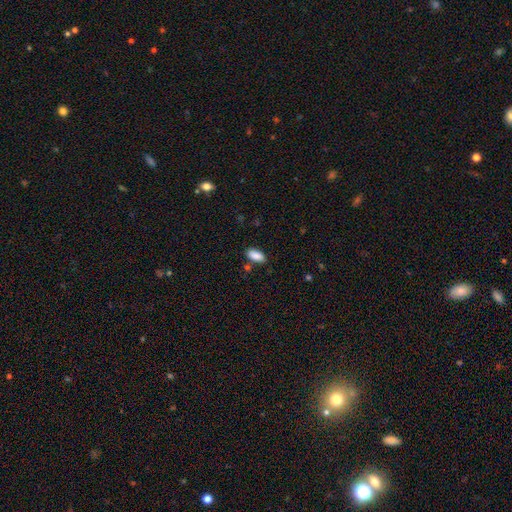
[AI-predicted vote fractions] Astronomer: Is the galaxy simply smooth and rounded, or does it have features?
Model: smooth — 89%.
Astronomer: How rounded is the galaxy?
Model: in between — 89%.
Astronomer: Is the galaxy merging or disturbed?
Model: none — 81%.